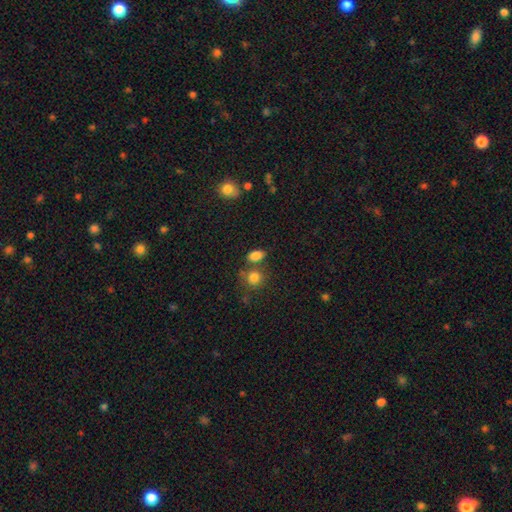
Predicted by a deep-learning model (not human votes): This is clearly a smooth galaxy (82%). How rounded: clearly in between (82%). Merging: likely none (62%).